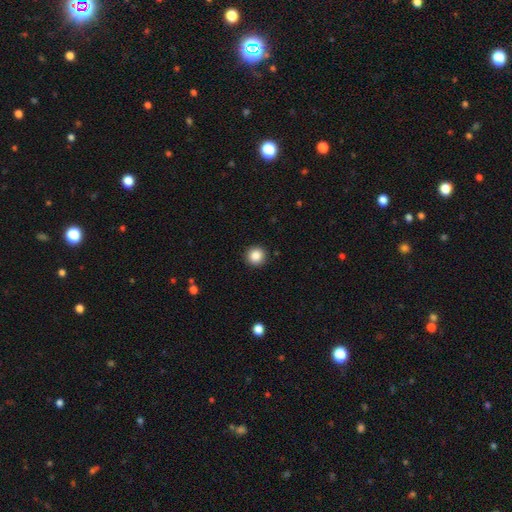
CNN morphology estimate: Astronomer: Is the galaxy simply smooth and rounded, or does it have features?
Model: smooth — 87%.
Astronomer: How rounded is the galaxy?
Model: round — 94%.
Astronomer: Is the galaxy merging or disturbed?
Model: none — 92%.